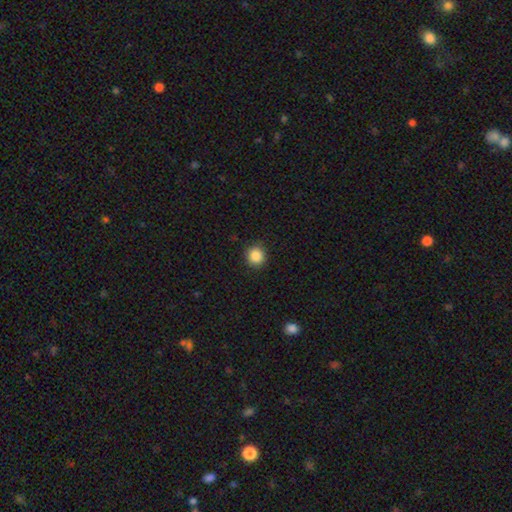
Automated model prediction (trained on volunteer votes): Smooth or featured? smooth (87%)
How rounded? round (92%)
Merging? none (89%)